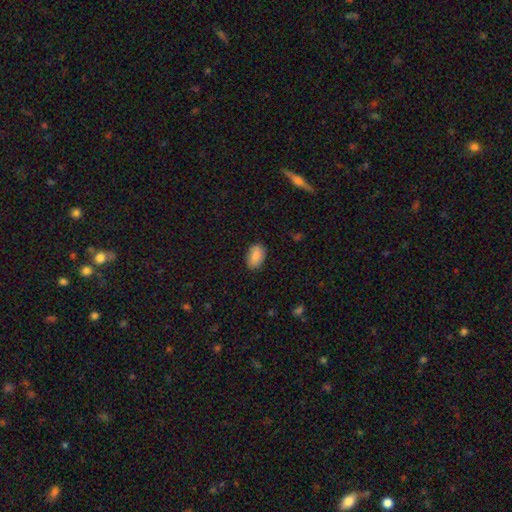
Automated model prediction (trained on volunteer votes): The model was most divided on "merging": none: 85%, minor disturbance: 12%, major disturbance: 2%, merger: 1%. More confident: how rounded — in between (90%); smooth or featured — smooth (87%).